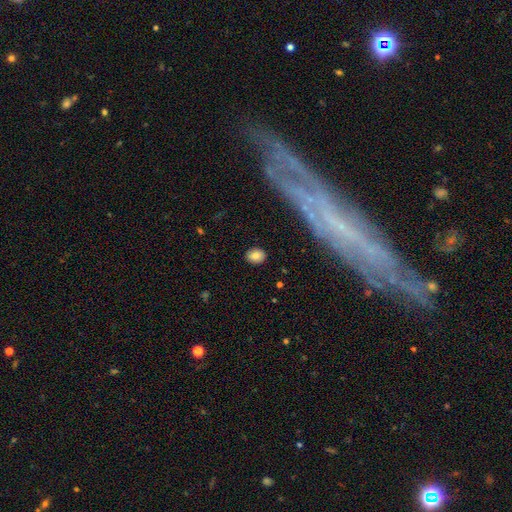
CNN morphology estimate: This is clearly a smooth galaxy (80%). How rounded: possibly in between (51%). Merging: clearly none (86%).